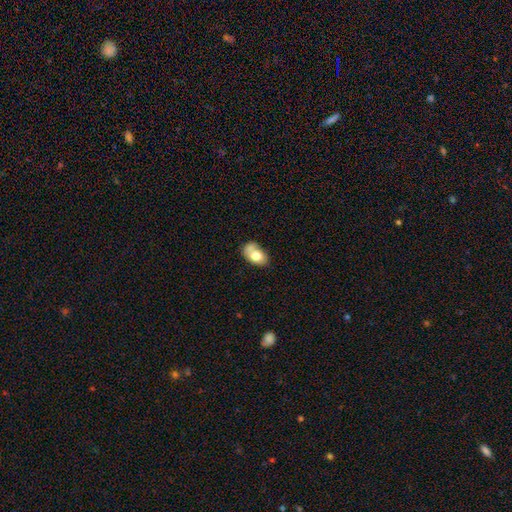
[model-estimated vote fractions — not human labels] A smooth galaxy with no disk features (72%) that is in between round and cigar-shaped (82%). Merging: none (36%).